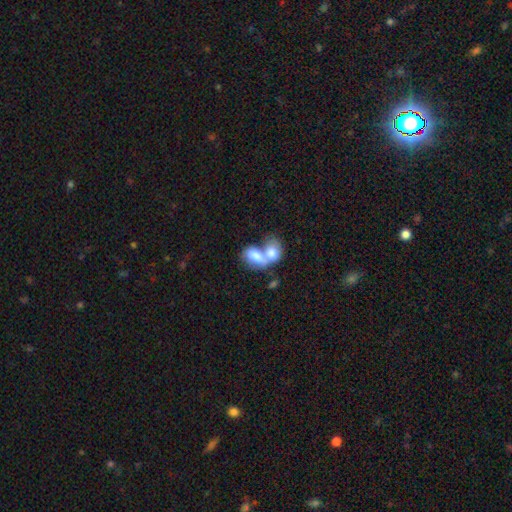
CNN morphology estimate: This is likely a smooth galaxy (75%). How rounded: clearly in between (84%). Merging: likely merger (75%).